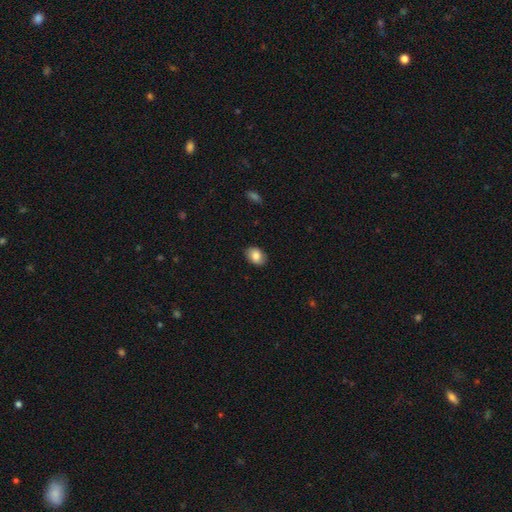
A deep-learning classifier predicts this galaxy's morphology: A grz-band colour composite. It shows a smooth galaxy with no disk features (84%) that is in between round and cigar-shaped (77%). Merging: none (86%).